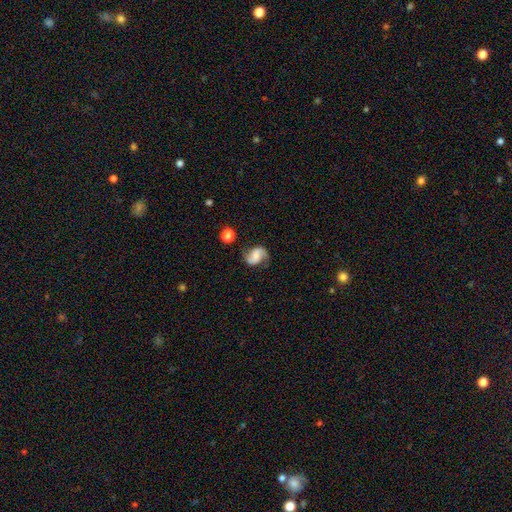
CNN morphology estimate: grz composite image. It shows a featured or disk galaxy (75%) with no bar (49%), 2 (90%) loose (43%, tied with medium) spiral arms (95%) and a small central bulge (36%). Merging: none (73%).